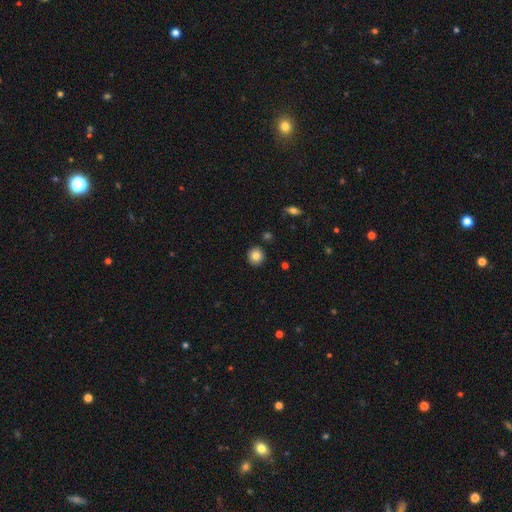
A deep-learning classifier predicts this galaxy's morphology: Smooth or featured: smooth — 83% (star or artifact — 9%)
How rounded: round — 92% (in between — 7%)
Merging: none — 91% (minor disturbance — 6%)